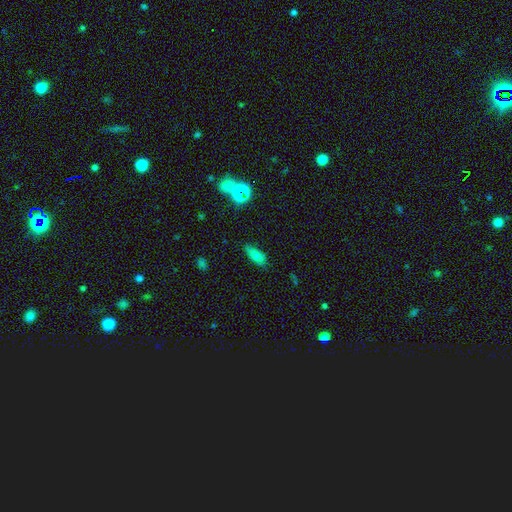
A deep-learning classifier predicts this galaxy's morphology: Smooth or featured?
  - smooth: 74% *
  - featured or disk: 14%
  - star or artifact: 12%
How rounded?
  - in between: 74% *
  - cigar-shaped: 22%
  - round: 4%
Merging?
  - none: 79% *
  - minor disturbance: 16%
  - major disturbance: 3%
  - merger: 2%